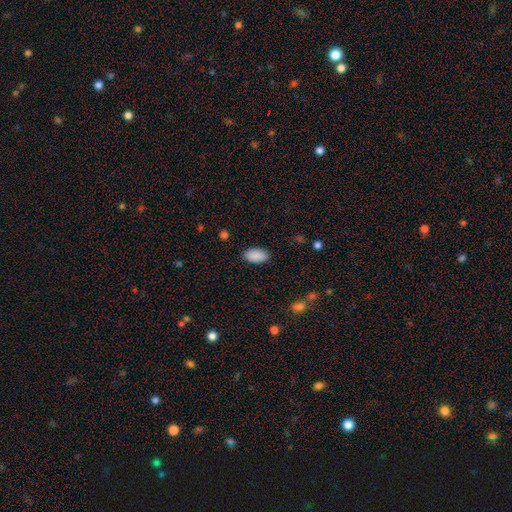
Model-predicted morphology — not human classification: Smooth or featured: smooth — 90% (star or artifact — 7%)
How rounded: in between — 95% (round — 3%)
Merging: none — 88% (minor disturbance — 9%)